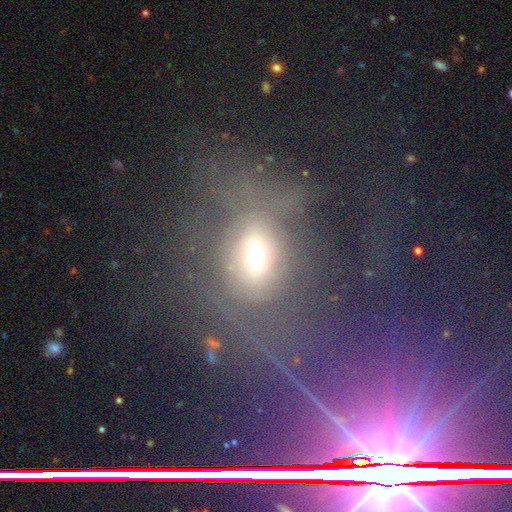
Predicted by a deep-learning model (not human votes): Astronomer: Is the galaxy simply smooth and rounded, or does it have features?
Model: smooth — 44% (runner-up: featured or disk, 34%).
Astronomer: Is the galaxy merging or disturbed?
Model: none — 46% (runner-up: major disturbance, 33%).